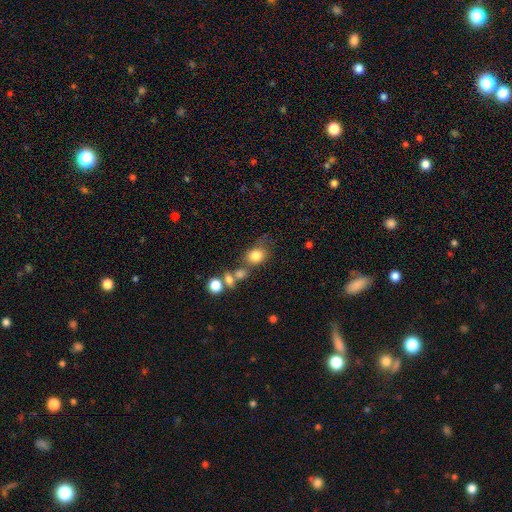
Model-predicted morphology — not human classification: smooth-or-featured: smooth: 80% | star or artifact: 12% | featured or disk: 9%
  how-rounded: round: 64% | in between: 35% | cigar-shaped: 1%
  merging: none: 54% | merger: 20% | minor disturbance: 18% | major disturbance: 9%